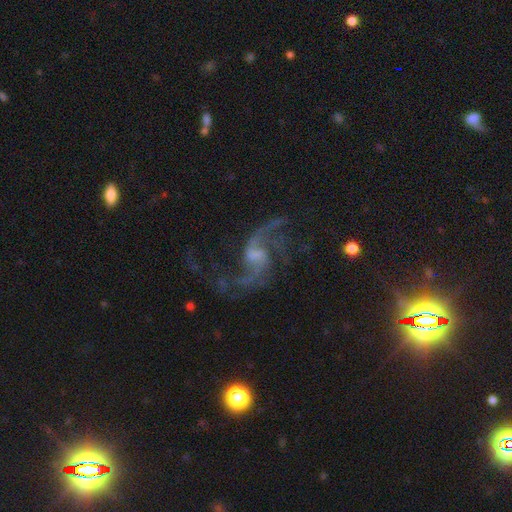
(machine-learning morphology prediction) Smooth or featured? featured or disk (89%)
Edge-on disk? no (98%)
Bar? weak (56%)
Spiral arms? yes (96%)
Spiral winding? loose (77%)
Spiral arm count? 2 (82%)
Bulge size? none (34%)
Merging? none (56%)